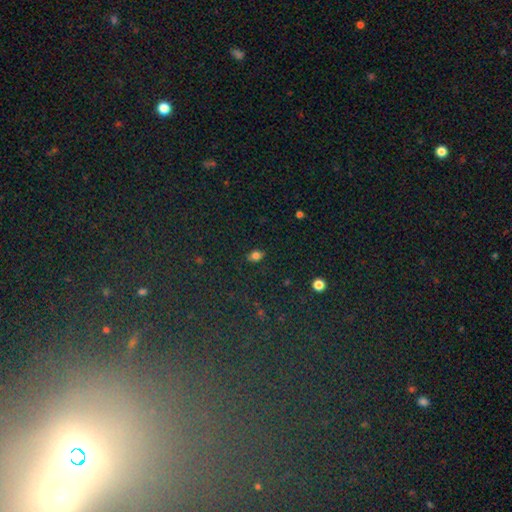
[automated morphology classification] Smooth or featured: smooth — 77% (star or artifact — 15%)
How rounded: in between — 79% (round — 18%)
Merging: none — 85% (minor disturbance — 11%)